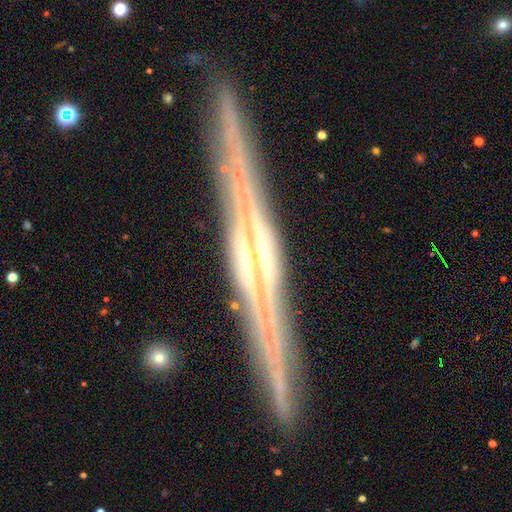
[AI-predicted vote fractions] A featured or disk galaxy (86%) viewed edge-on (97%) with a rounded central bulge (52%).

Vote fractions:
- Smooth or featured? featured or disk: 86% / smooth: 8% / star or artifact: 7%
- Edge-on disk? yes: 97% / no: 3%
- Edge-on bulge? rounded: 52% / none: 25% / boxy: 23%
- Merging? none: 90% / minor disturbance: 7% / major disturbance: 2% / merger: 1%